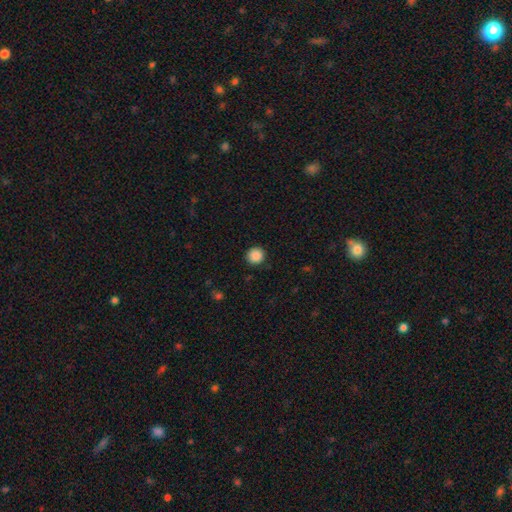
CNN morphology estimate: This appears to be a smooth galaxy with no disk features (88%) that is round (94%). Merging: none (91%).